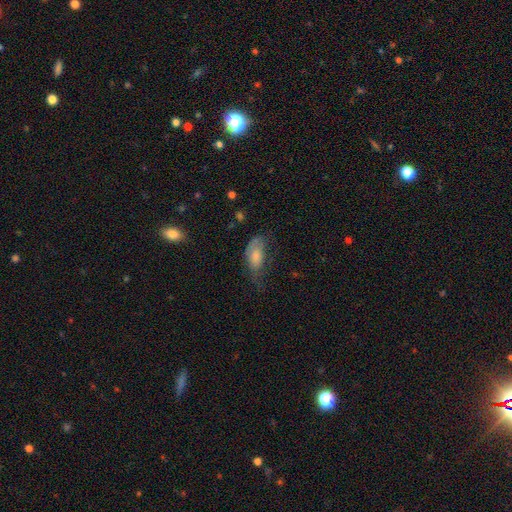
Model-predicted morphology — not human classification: Q: Smooth or featured?
A: smooth (71%); runner-up: featured or disk (21%)
Q: How rounded?
A: in between (91%); runner-up: cigar-shaped (5%)
Q: Merging?
A: none (39%); runner-up: minor disturbance (33%)